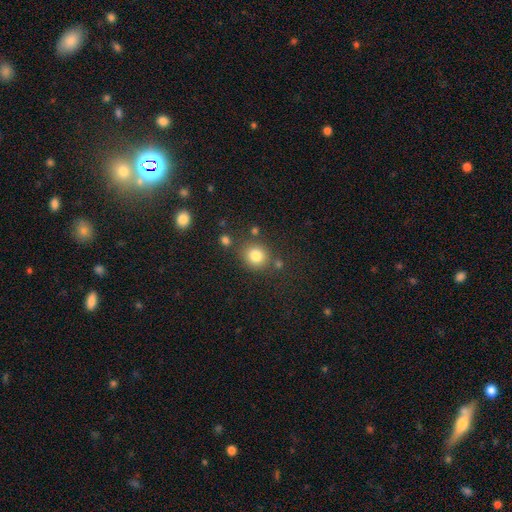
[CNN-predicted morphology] A smooth galaxy with no disk features (81%) that is round (86%). Merging: none (78%).